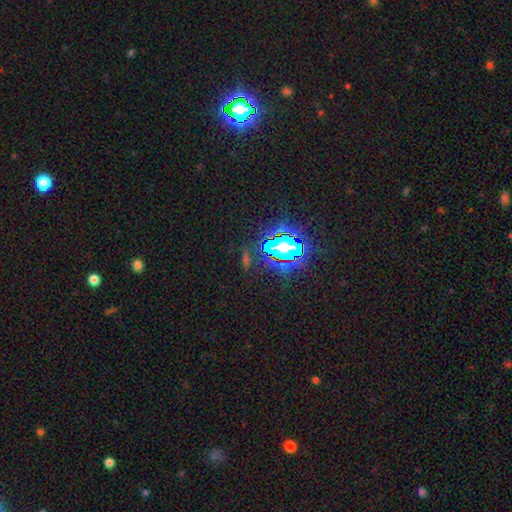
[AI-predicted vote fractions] A star or artifact, not a galaxy (83%).